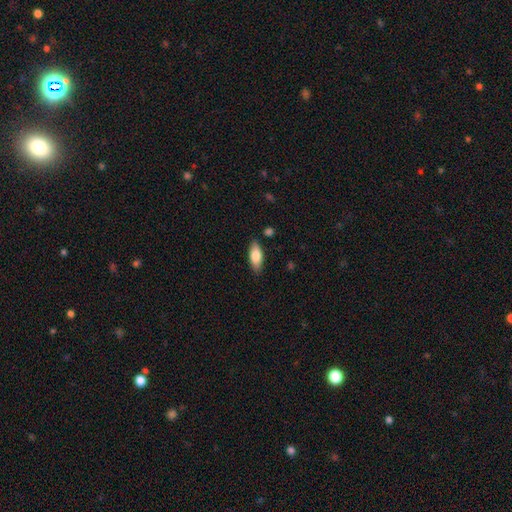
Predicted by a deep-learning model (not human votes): The model was most divided on "how rounded": in between: 79%, cigar-shaped: 19%, round: 2%. More confident: merging — none (85%); smooth or featured — smooth (78%).